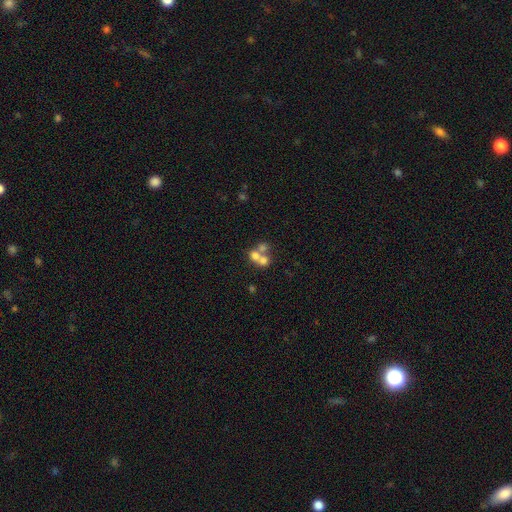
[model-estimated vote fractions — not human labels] A smooth galaxy with no disk features (60%) that is round (73%). Merging: merger (64%).